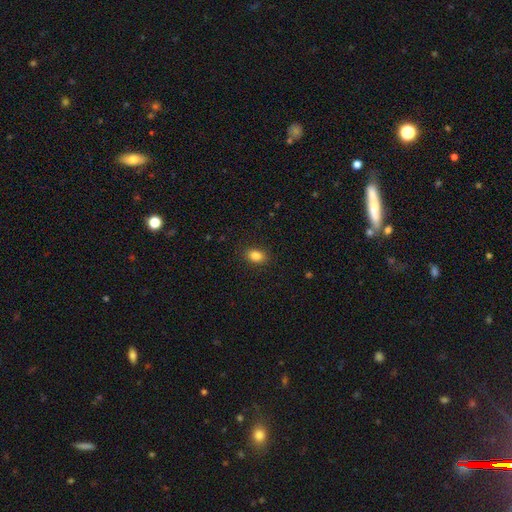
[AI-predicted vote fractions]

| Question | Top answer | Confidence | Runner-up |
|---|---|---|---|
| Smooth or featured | smooth | 86% | star or artifact (10%) |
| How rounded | in between | 78% | round (21%) |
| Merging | none | 89% | minor disturbance (8%) |